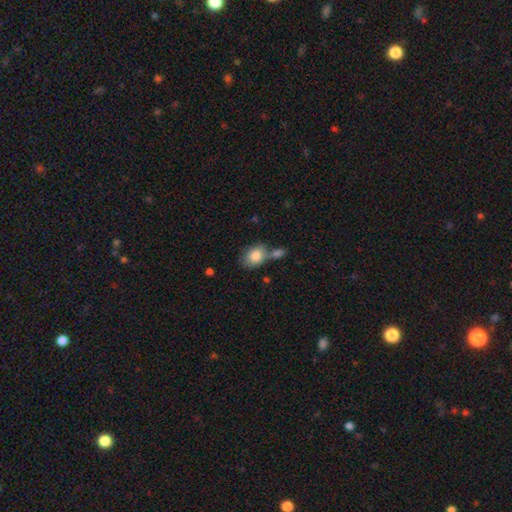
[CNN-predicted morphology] type=smooth (84%); roundness=in between (69%); merging=none (48%).